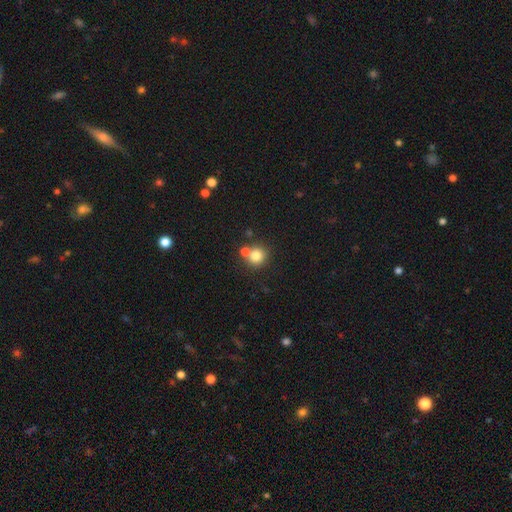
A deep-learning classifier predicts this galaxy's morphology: This appears to be a smooth galaxy with no disk features (79%) that is round (90%). Merging: none (62%).